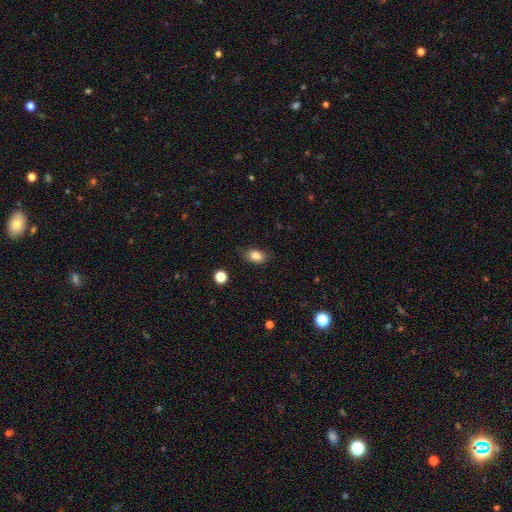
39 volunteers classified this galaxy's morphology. Smooth or featured? 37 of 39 (95%) said smooth. How rounded? 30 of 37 (81%) said in between. Merging? 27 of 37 (73%) said none.